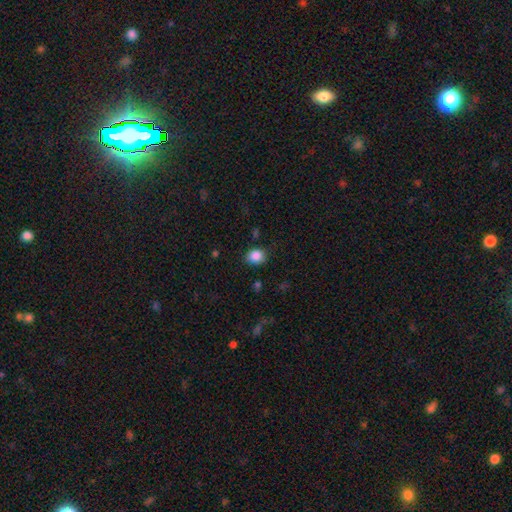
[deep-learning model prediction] Smooth or featured? Predicted: smooth (p=0.86). How rounded? Predicted: round (p=0.58). Merging? Predicted: none (p=0.82).